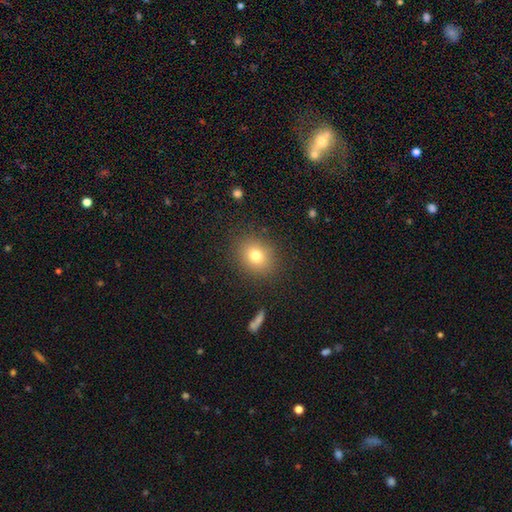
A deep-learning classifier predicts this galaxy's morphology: This is likely a smooth galaxy (77%). How rounded: likely round (66%). Merging: clearly none (86%).